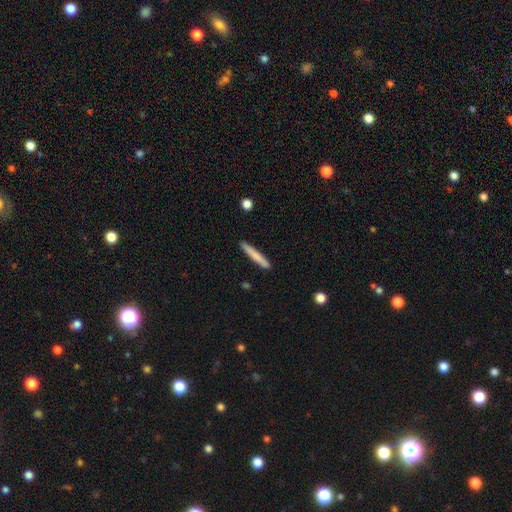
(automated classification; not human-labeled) This appears to be a smooth galaxy with no disk features (77%) that is cigar-shaped (95%). Merging: none (89%).